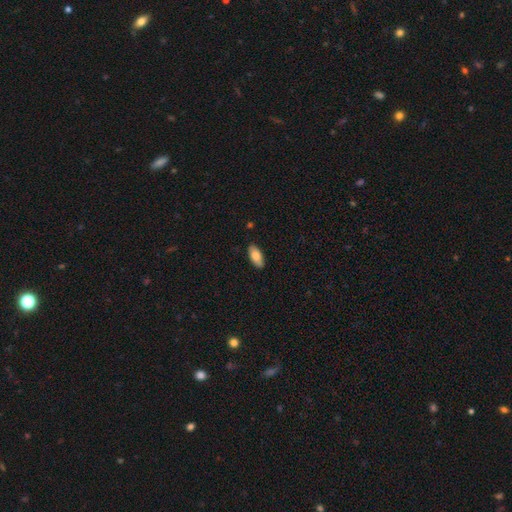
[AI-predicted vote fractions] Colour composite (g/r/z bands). It shows a smooth galaxy with no disk features (78%) that is in between round and cigar-shaped (87%). Merging: none (88%).